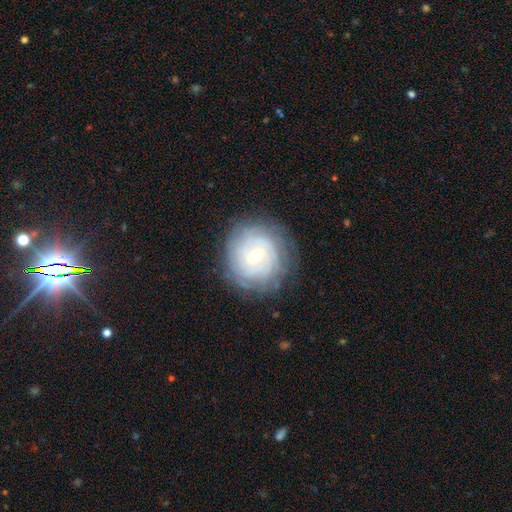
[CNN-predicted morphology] A featured or disk galaxy (77%) with a weak bar (45%), tight (83%) spiral arms (90%) and a moderate central bulge (54%).

Vote fractions:
- Smooth or featured? featured or disk: 77% / smooth: 16% / star or artifact: 7%
- Edge-on disk? no: 97% / yes: 3%
- Bar? weak: 45% / no: 43% / strong: 12%
- Spiral arms? yes: 90% / no: 10%
- Spiral winding? tight: 83% / medium: 13% / loose: 4%
- Spiral arm count? can't tell: 51% / 2: 12% / 3: 11% / 4: 11% / more than 4: 8% / 1: 6%
- Bulge size? moderate: 54% / small: 43% / large: 2% / none: 1% / dominant: 1%
- Merging? none: 81% / minor disturbance: 13% / major disturbance: 5% / merger: 1%